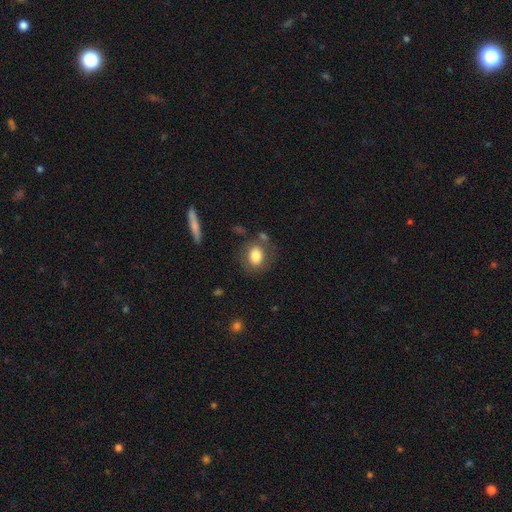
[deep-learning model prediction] Smooth or featured? Predicted: smooth (p=0.80). How rounded? Predicted: in between (p=0.49, tied with round). Merging? Predicted: none (p=0.71).